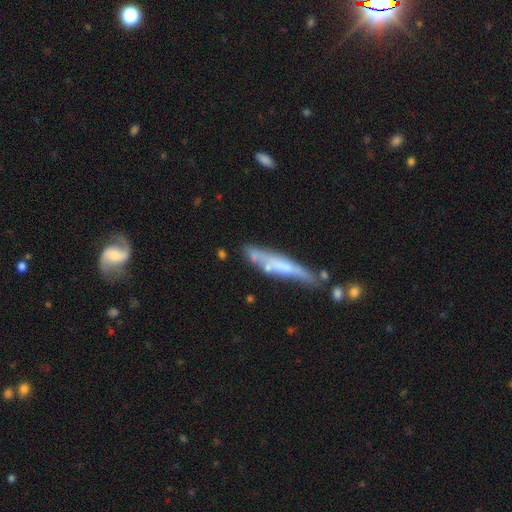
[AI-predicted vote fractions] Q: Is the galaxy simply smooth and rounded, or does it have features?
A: smooth — 49%.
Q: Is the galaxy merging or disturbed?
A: none — 54%.